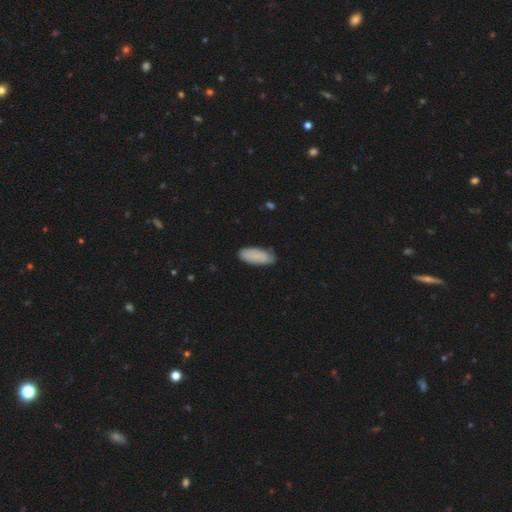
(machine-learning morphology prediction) This appears to be a smooth galaxy with no disk features (85%) that is in between round and cigar-shaped (84%). Merging: none (72%).